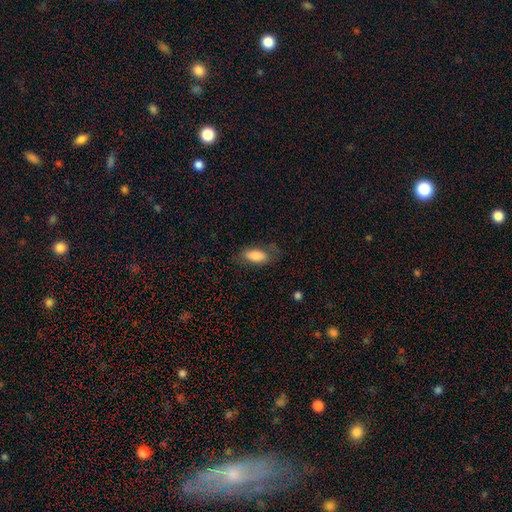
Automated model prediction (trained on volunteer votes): smooth_or_featured: smooth (p=0.80) [alt: featured or disk p=0.13]
how_rounded: in between (p=0.86) [alt: cigar-shaped p=0.11]
merging: none (p=0.67) [alt: minor disturbance p=0.22]